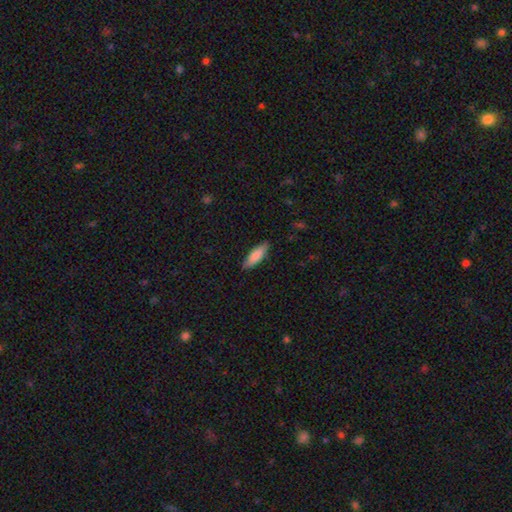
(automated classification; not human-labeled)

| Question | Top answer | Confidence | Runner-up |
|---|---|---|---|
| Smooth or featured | smooth | 82% | featured or disk (13%) |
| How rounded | cigar-shaped | 50% | in between (49%) |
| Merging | none | 85% | minor disturbance (12%) |